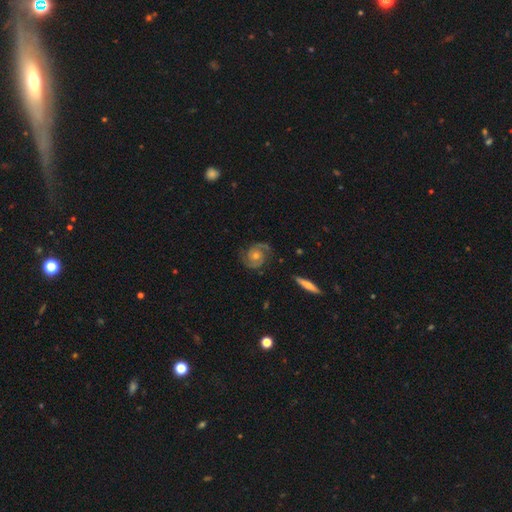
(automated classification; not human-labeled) Smooth or featured? featured or disk (88%)
Edge-on disk? no (97%)
Bar? no (70%)
Spiral arms? yes (98%)
Spiral winding? tight (50%)
Spiral arm count? 2 (90%)
Bulge size? moderate (56%)
Merging? none (83%)